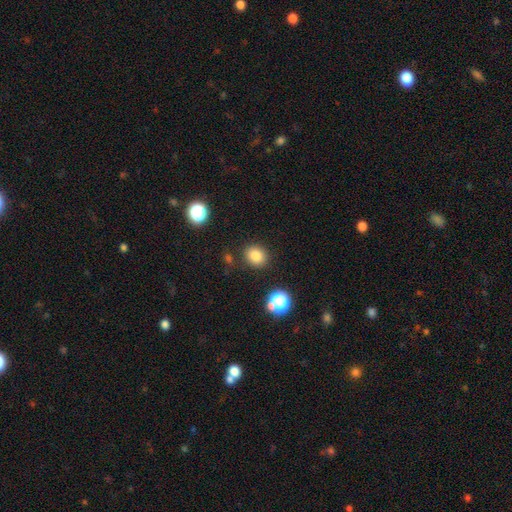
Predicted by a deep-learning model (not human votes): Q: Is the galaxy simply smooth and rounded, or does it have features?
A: smooth — 81%.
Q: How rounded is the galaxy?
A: round — 66%.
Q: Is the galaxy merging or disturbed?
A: none — 84%.